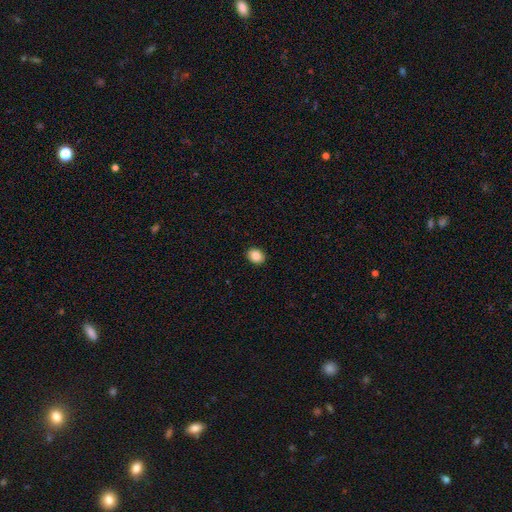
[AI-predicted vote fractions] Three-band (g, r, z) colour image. It shows a smooth galaxy with no disk features (86%) that is round (51%). Merging: none (92%).